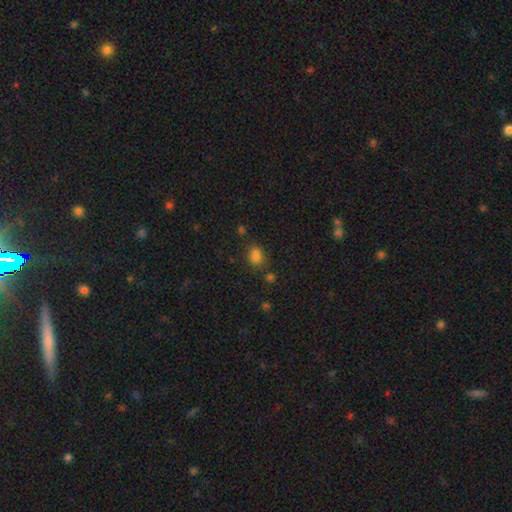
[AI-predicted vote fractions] The model was most divided on "how rounded": in between: 57%, round: 41%, cigar-shaped: 2%. More confident: smooth or featured — smooth (70%); merging — none (53%).